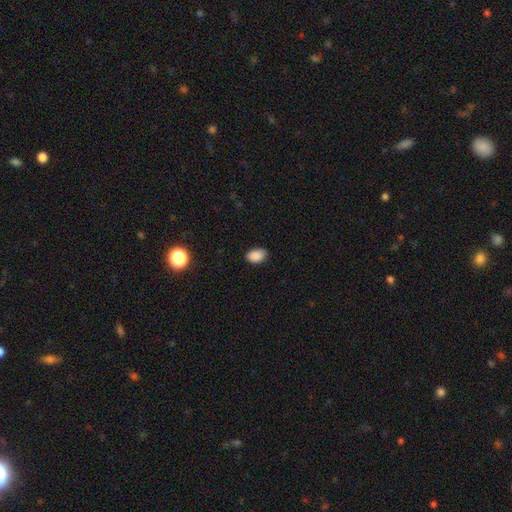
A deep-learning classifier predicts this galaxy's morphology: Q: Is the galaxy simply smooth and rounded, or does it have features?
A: smooth — 88%.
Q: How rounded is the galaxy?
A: in between — 88%.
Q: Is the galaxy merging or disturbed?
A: none — 81%.